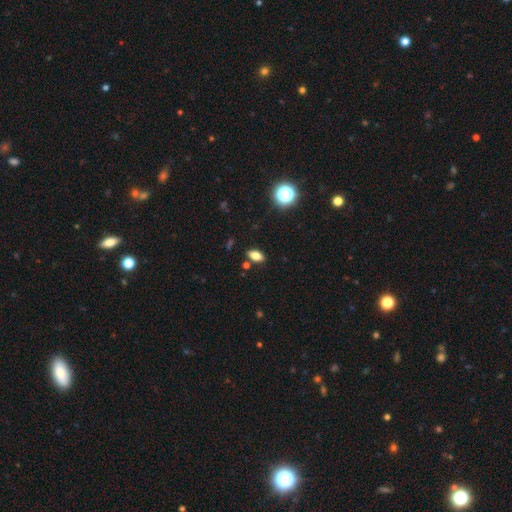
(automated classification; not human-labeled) Smooth or featured? Predicted: smooth (p=0.77). How rounded? Predicted: in between (p=0.86). Merging? Predicted: none (p=0.85).